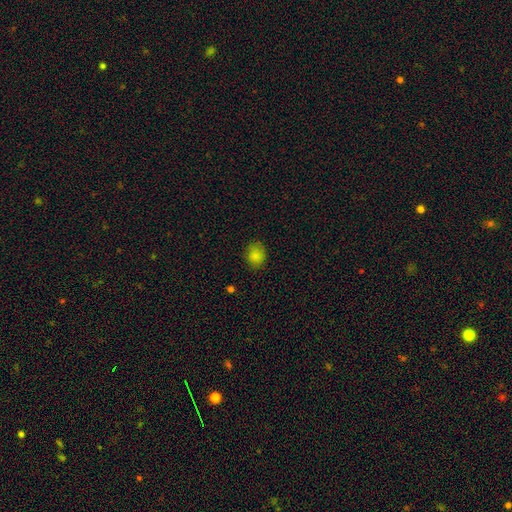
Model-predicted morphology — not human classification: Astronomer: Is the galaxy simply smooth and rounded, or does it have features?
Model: smooth — 83%.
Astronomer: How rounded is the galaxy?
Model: round — 57% (runner-up: in between, 42%).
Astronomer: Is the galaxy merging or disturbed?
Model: none — 80%.